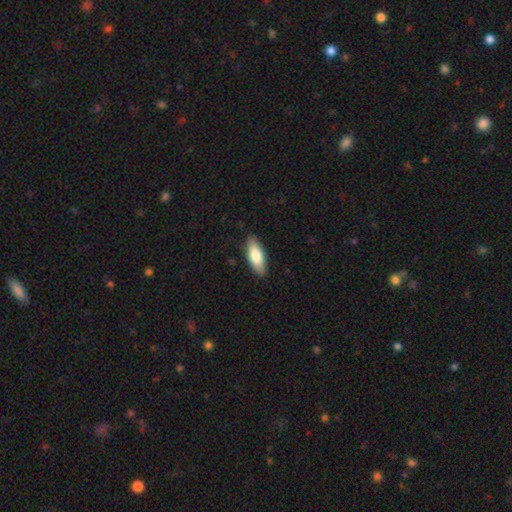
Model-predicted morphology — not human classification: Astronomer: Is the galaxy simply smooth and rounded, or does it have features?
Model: smooth — 77%.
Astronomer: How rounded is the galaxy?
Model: in between — 71%.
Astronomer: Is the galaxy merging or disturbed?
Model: none — 86%.